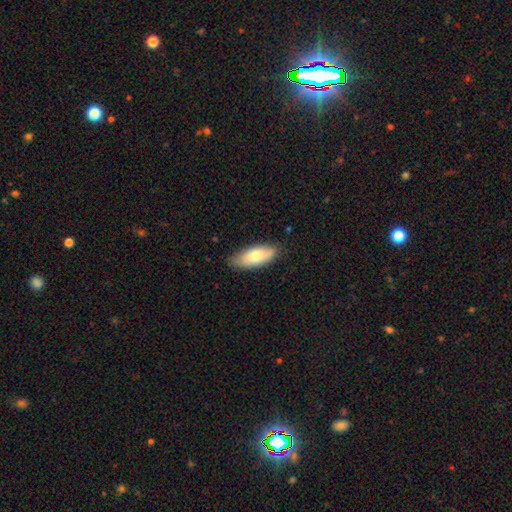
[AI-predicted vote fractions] Smooth or featured? smooth (75%)
How rounded? in between (78%)
Merging? none (80%)